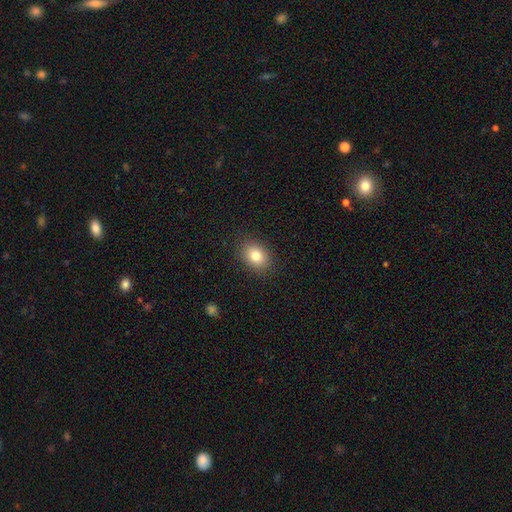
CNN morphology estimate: A smooth galaxy with no disk features (81%) that is in between round and cigar-shaped (66%). Merging: none (88%).